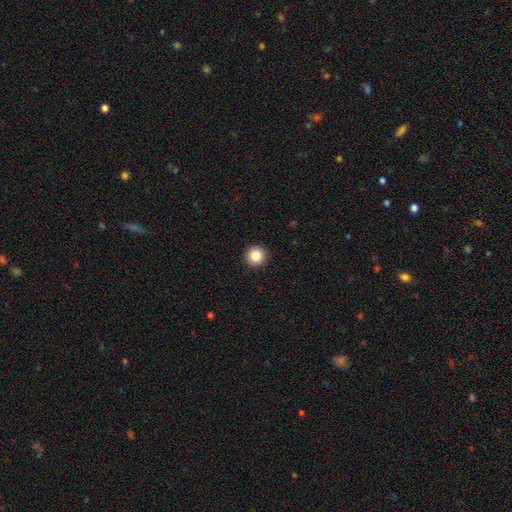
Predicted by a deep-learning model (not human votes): A smooth galaxy with no disk features (85%) that is round (96%).

Vote fractions:
- Smooth or featured? smooth: 85% / star or artifact: 10% / featured or disk: 5%
- How rounded? round: 96% / in between: 3% / cigar-shaped: 1%
- Merging? none: 93% / minor disturbance: 4% / major disturbance: 1% / merger: 1%